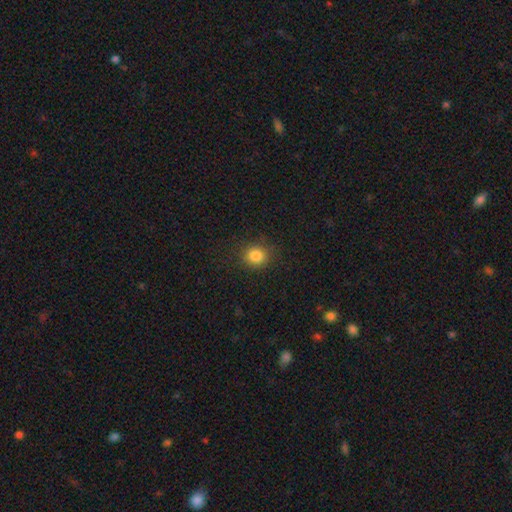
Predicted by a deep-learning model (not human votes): Overall: smooth (84%). How rounded: round (83%). Merging: none (87%).